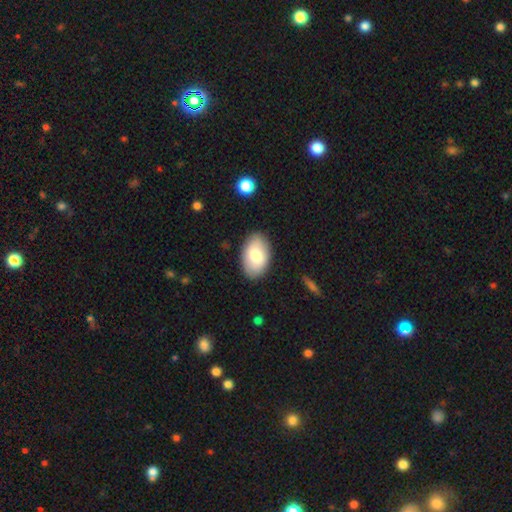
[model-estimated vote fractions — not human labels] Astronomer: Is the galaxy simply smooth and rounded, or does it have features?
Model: smooth — 79%.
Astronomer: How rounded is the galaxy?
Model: in between — 93%.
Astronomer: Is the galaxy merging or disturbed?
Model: none — 86%.